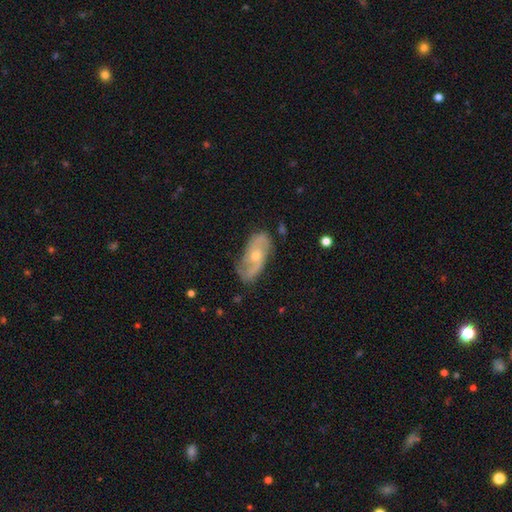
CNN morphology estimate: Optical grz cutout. It shows a featured or disk galaxy (79%) with no bar (63%), 2 (81%) medium (45%) spiral arms (92%) and a small central bulge (49%). Merging: none (75%).